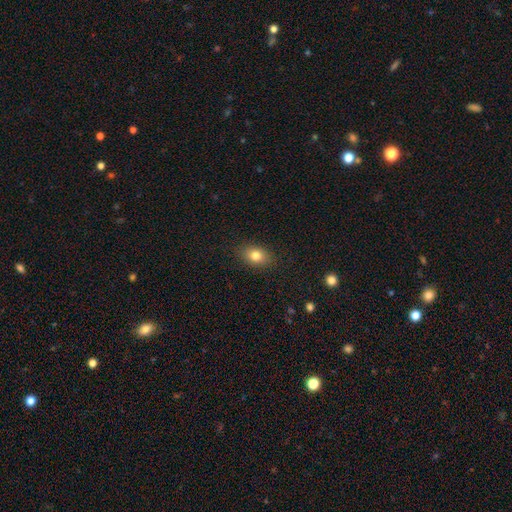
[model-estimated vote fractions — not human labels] Morphology: type=smooth (80%); roundness=in between (75%); merging=none (88%).